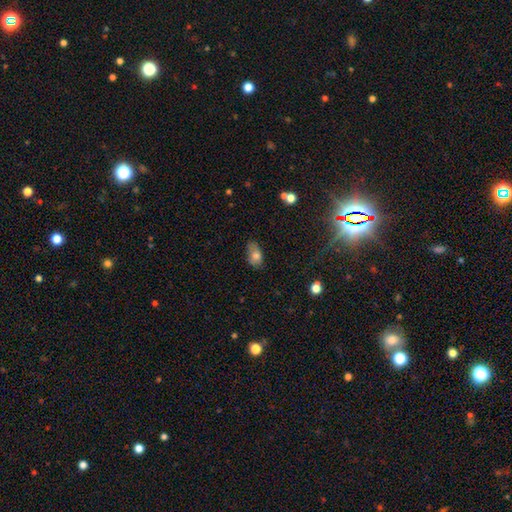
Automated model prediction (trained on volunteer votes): A smooth galaxy with no disk features (76%) that is in between round and cigar-shaped (88%).

Vote fractions:
- Smooth or featured? smooth: 76% / featured or disk: 15% / star or artifact: 10%
- How rounded? in between: 88% / round: 9% / cigar-shaped: 2%
- Merging? none: 58% / minor disturbance: 31% / major disturbance: 8% / merger: 2%